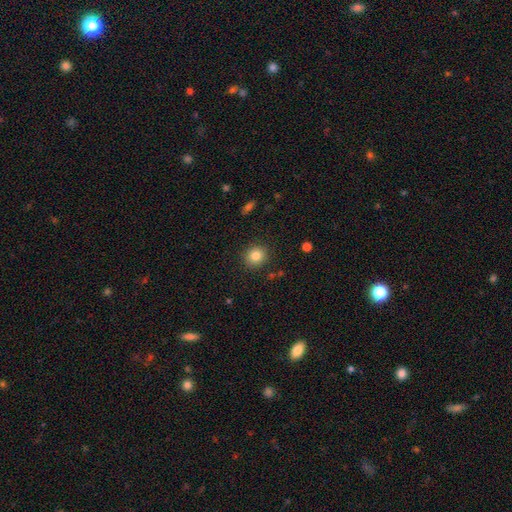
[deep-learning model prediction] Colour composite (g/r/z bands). It shows a smooth galaxy with no disk features (84%) that is round (85%). Merging: none (89%).